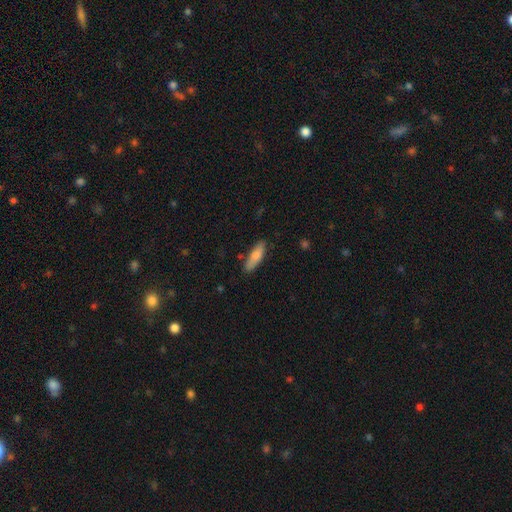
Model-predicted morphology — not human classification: Smooth or featured?
  - smooth: 78% *
  - featured or disk: 16%
  - star or artifact: 6%
How rounded?
  - cigar-shaped: 54% *
  - in between: 45%
  - round: 2%
Merging?
  - none: 79% *
  - minor disturbance: 15%
  - merger: 3%
  - major disturbance: 3%